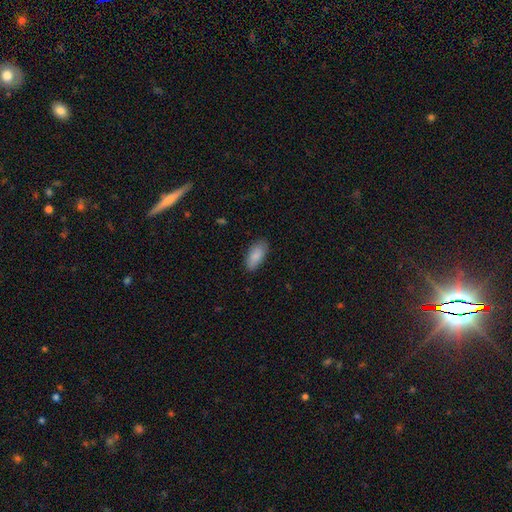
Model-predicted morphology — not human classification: A smooth galaxy with no disk features (87%) that is in between round and cigar-shaped (90%). Merging: none (84%).